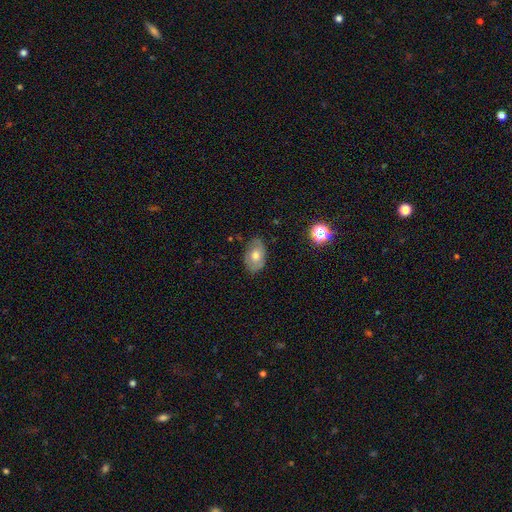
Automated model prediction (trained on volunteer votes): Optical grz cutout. It shows a smooth galaxy with no disk features (56%) that is in between round and cigar-shaped (85%). Merging: none (74%).